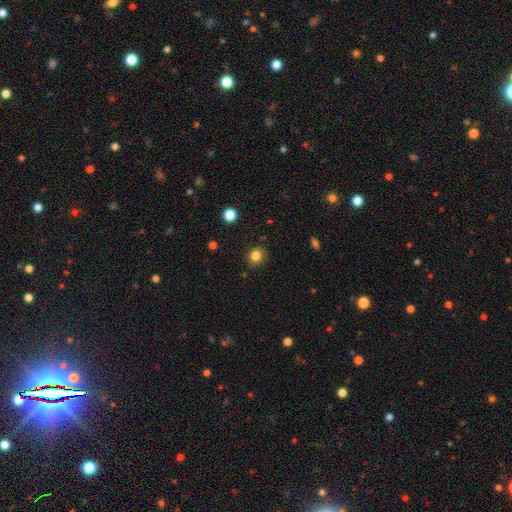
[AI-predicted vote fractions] The model was most divided on "how rounded": round: 78%, in between: 21%, cigar-shaped: 1%. More confident: merging — none (85%); smooth or featured — smooth (83%).